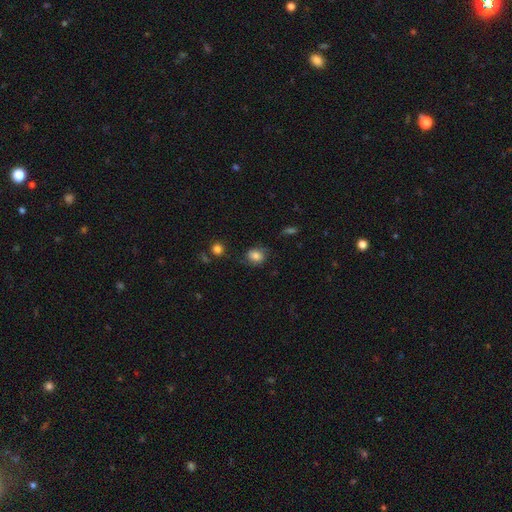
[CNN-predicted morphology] type=smooth (78%); roundness=round (57%); merging=none (66%).